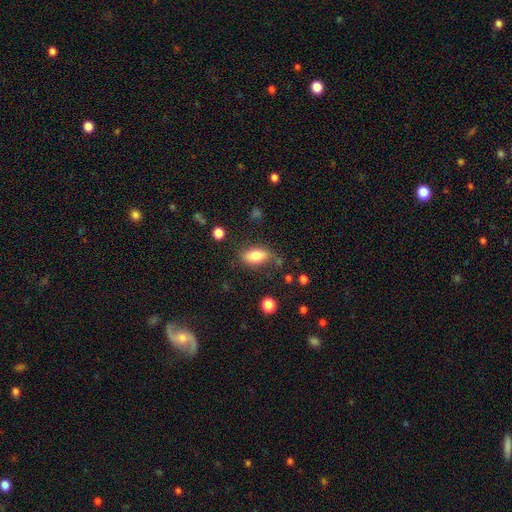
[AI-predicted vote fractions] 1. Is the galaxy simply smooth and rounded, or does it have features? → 79% smooth, 14% featured or disk, 8% star or artifact.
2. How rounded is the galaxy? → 87% in between, 8% cigar-shaped, 5% round.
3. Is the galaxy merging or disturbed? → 75% none, 17% minor disturbance, 5% major disturbance, 4% merger.